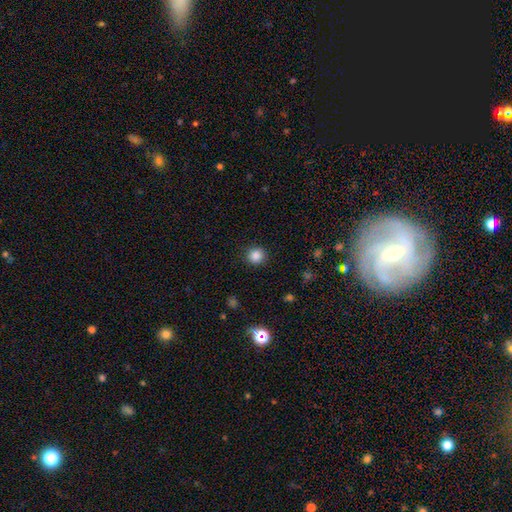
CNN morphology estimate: The model was most divided on "smooth or featured": smooth: 86%, star or artifact: 11%, featured or disk: 3%. More confident: how rounded — round (93%); merging — none (90%).